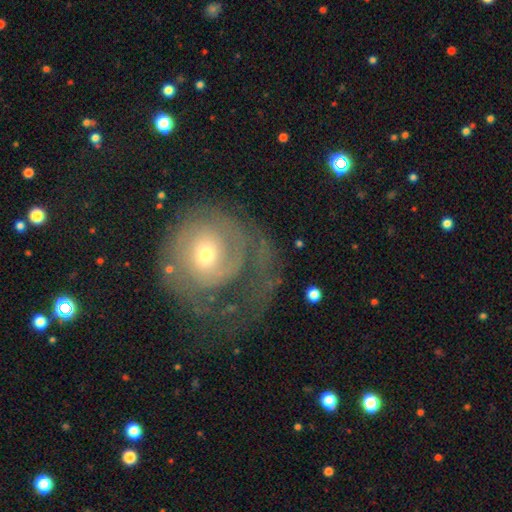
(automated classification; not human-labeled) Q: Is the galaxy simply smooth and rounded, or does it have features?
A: featured or disk — 65%.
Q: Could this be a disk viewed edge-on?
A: no — 97%.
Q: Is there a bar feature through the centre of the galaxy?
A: no — 73%.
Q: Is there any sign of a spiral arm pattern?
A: yes — 70%.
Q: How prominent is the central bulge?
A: moderate — 49%.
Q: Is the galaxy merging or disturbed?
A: none — 42%.